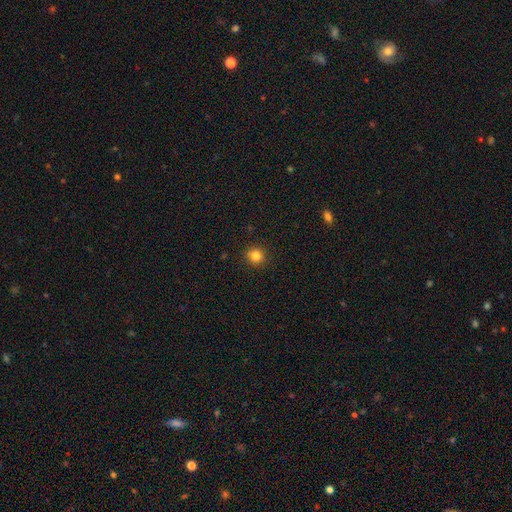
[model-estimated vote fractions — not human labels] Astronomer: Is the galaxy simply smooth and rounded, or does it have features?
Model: smooth — 82%.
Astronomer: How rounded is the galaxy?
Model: round — 93%.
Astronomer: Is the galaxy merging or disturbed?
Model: none — 91%.